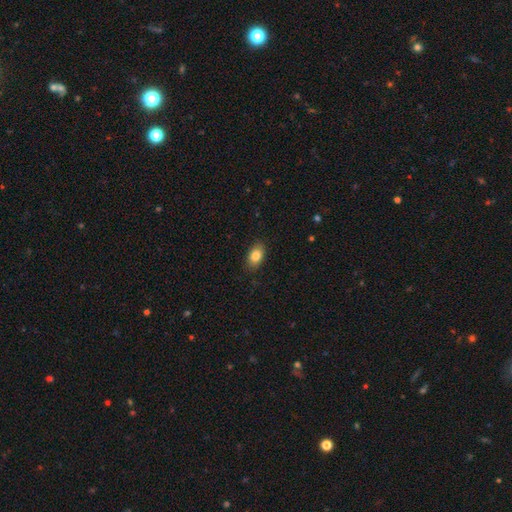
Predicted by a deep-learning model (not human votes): A smooth galaxy with no disk features (83%) that is in between round and cigar-shaped (89%).

Vote fractions:
- Smooth or featured? smooth: 83% / featured or disk: 9% / star or artifact: 8%
- How rounded? in between: 89% / round: 9% / cigar-shaped: 2%
- Merging? none: 86% / minor disturbance: 11% / major disturbance: 2% / merger: 1%